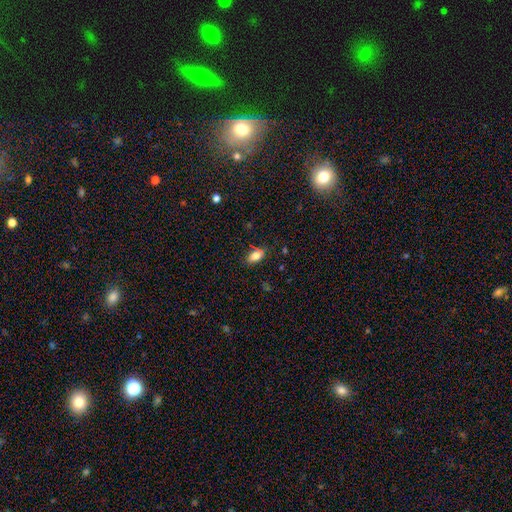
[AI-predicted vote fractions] Smooth or featured?
  - smooth: 77% *
  - featured or disk: 13%
  - star or artifact: 10%
How rounded?
  - in between: 87% *
  - round: 8%
  - cigar-shaped: 5%
Merging?
  - none: 81% *
  - minor disturbance: 14%
  - major disturbance: 3%
  - merger: 2%